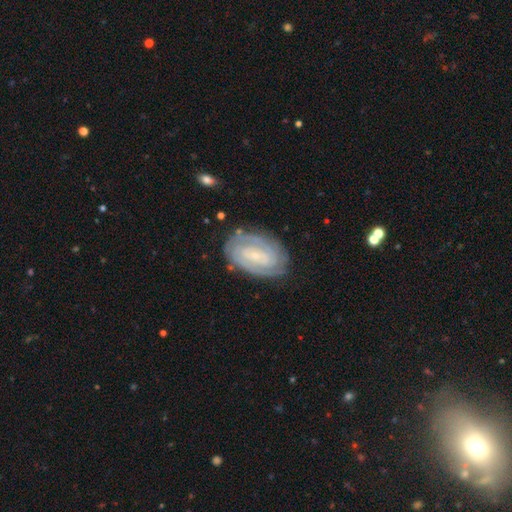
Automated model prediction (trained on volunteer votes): Smooth or featured? Predicted: featured or disk (p=0.85). Edge-on disk? Predicted: no (p=0.97). Bar? Predicted: weak (p=0.42). Spiral arms? Predicted: yes (p=0.96). Spiral winding? Predicted: tight (p=0.77). Spiral arm count? Predicted: 2 (p=0.49). Bulge size? Predicted: small (p=0.80). Merging? Predicted: none (p=0.79).